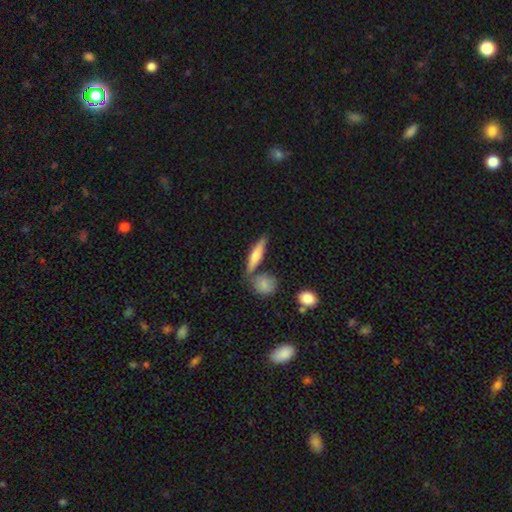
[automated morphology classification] Smooth or featured? smooth (63%)
How rounded? cigar-shaped (74%)
Merging? none (68%)